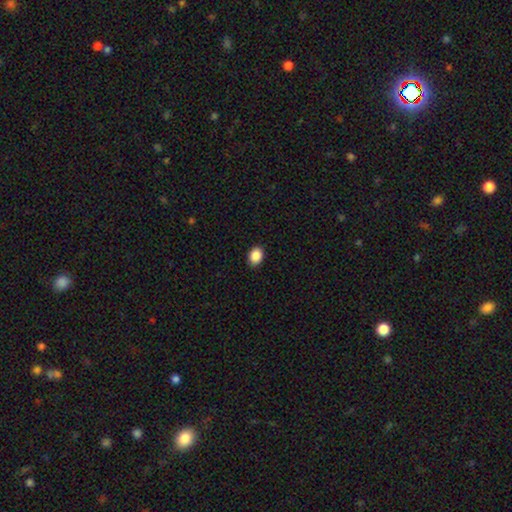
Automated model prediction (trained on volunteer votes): A smooth galaxy with no disk features (89%) that is in between round and cigar-shaped (62%). Merging: none (89%).